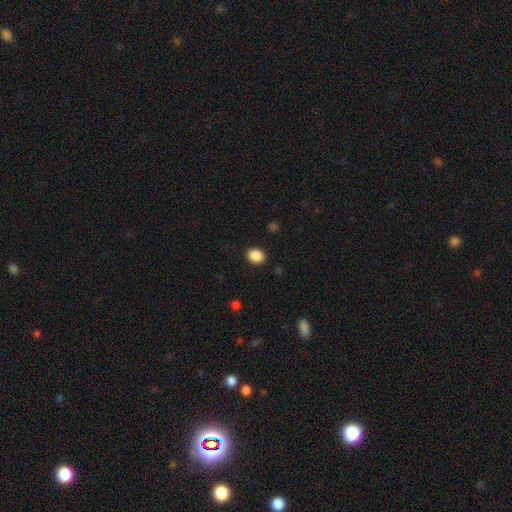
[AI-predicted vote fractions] This is clearly a smooth galaxy (88%). How rounded: possibly in between (54%). Merging: clearly none (89%).